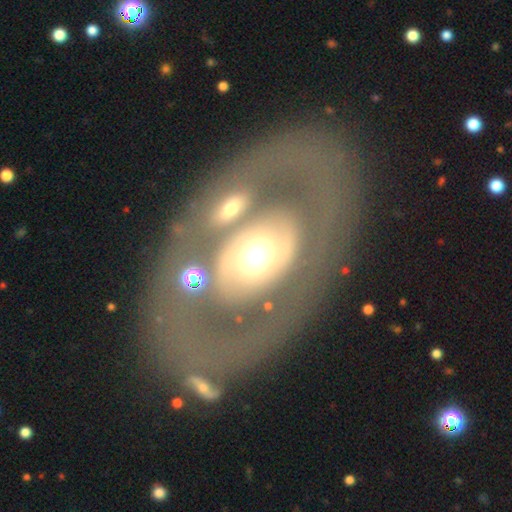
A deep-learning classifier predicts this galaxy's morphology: Smooth or featured?
  - featured or disk: 67% *
  - smooth: 25%
  - star or artifact: 8%
Edge-on disk?
  - no: 93% *
  - yes: 7%
Bar?
  - no: 73% *
  - weak: 18%
  - strong: 10%
Spiral arms?
  - yes: 53% *
  - no: 47%
Bulge size?
  - moderate: 49% *
  - large: 36%
  - dominant: 7%
  - small: 5%
  - none: 2%
Merging?
  - none: 50% *
  - major disturbance: 20%
  - merger: 16%
  - minor disturbance: 14%